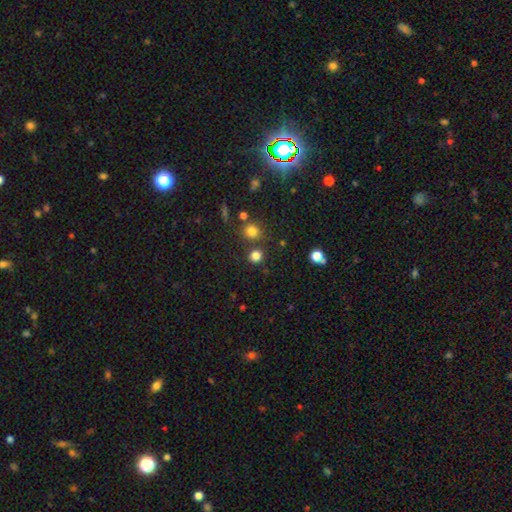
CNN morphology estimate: Overall: smooth (79%). How rounded: round (90%). Merging: none (80%).